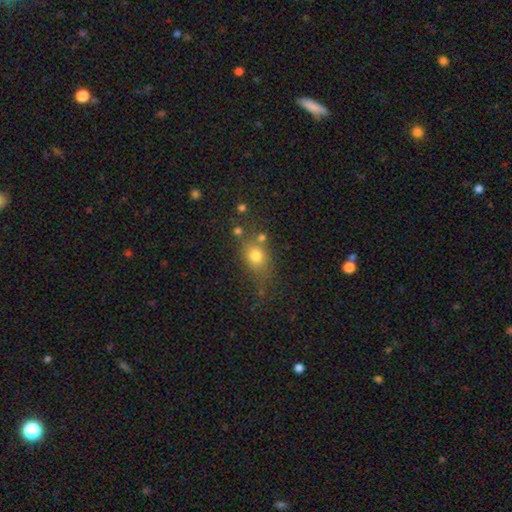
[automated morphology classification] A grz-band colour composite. It shows a smooth galaxy with no disk features (74%) that is in between round and cigar-shaped (50%). Merging: none (61%).